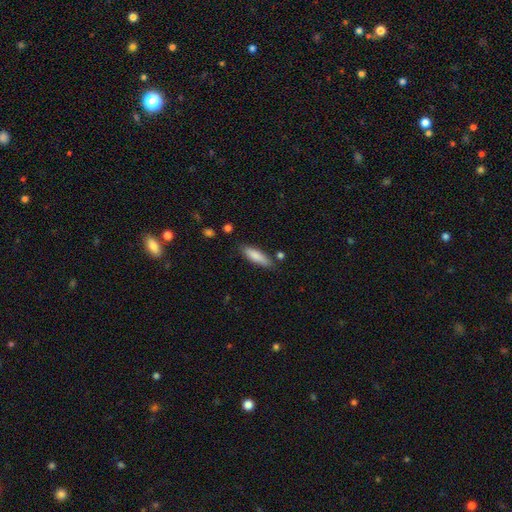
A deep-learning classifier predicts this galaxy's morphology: smooth 83%, featured or disk 11%, star or artifact 6%. Down the decision tree: how rounded — cigar-shaped (61%); merging — none (81%).